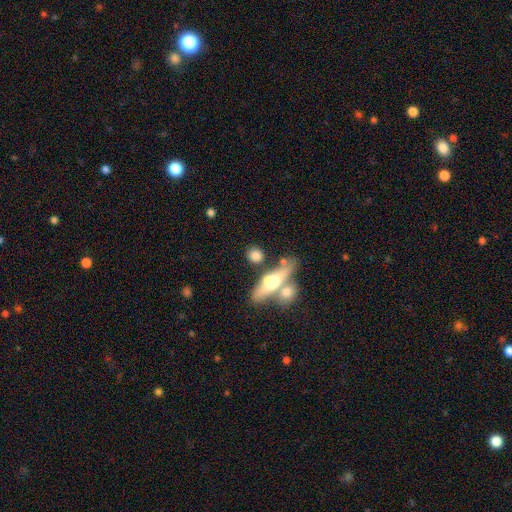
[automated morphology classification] A smooth galaxy with no disk features (66%) that is round (49%).

Vote fractions:
- Smooth or featured? smooth: 66% / featured or disk: 26% / star or artifact: 9%
- How rounded? round: 49% / in between: 28% / cigar-shaped: 23%
- Merging? none: 63% / merger: 19% / minor disturbance: 12% / major disturbance: 6%